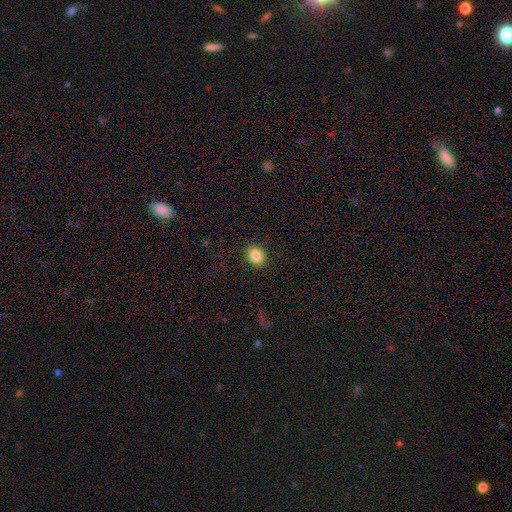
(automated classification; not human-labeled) This appears to be a smooth galaxy with no disk features (86%) that is in between round and cigar-shaped (59%). Merging: none (89%).